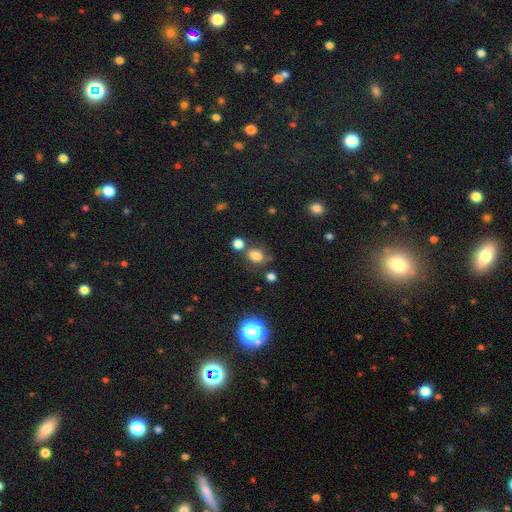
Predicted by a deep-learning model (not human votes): smooth-or-featured: smooth: 76% | star or artifact: 17% | featured or disk: 7%
  how-rounded: round: 66% | in between: 33% | cigar-shaped: 1%
  merging: none: 65% | merger: 15% | minor disturbance: 14% | major disturbance: 6%